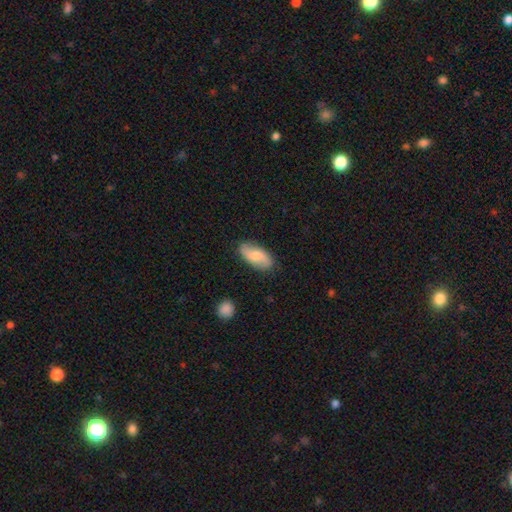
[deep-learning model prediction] Smooth or featured? smooth (53%)
How rounded? in between (90%)
Merging? none (82%)